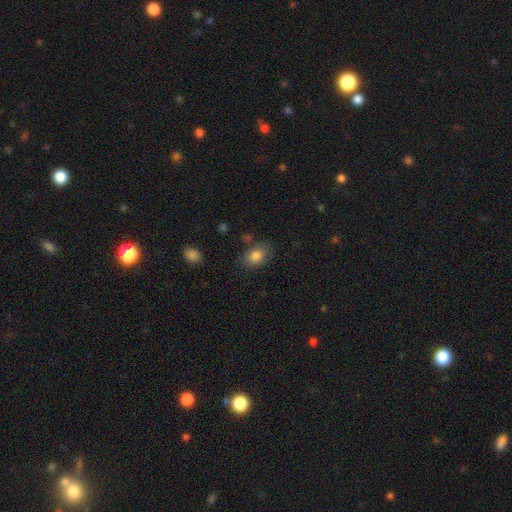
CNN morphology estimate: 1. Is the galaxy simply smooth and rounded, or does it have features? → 82% smooth, 9% featured or disk, 9% star or artifact.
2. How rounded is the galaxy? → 74% in between, 25% round, 1% cigar-shaped.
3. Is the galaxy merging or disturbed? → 72% none, 18% minor disturbance, 5% major disturbance, 4% merger.